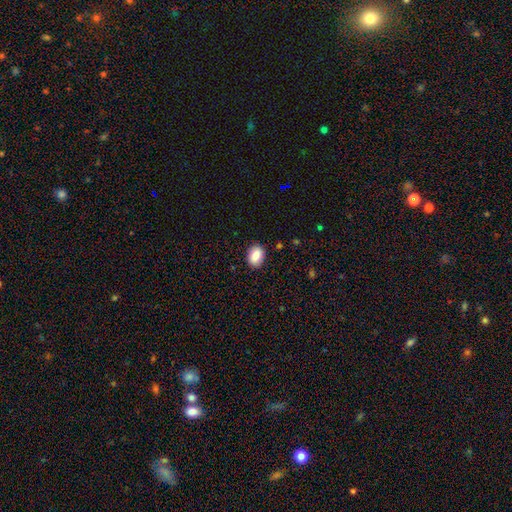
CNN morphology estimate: smooth_or_featured: smooth (p=0.84) [alt: featured or disk p=0.08]
how_rounded: in between (p=0.74) [alt: round p=0.25]
merging: none (p=0.88) [alt: minor disturbance p=0.09]